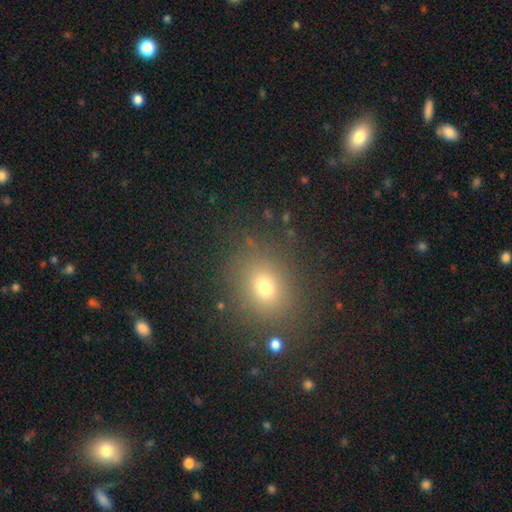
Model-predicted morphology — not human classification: Overall: smooth (67%). How rounded: round (61%; in between 38%). Merging: none (85%).